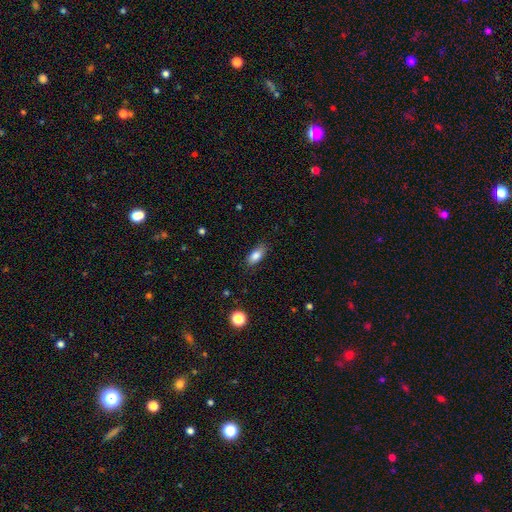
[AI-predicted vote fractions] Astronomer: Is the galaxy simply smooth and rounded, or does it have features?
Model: smooth — 84%.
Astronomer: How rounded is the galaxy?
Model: in between — 86%.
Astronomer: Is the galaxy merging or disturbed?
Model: none — 82%.